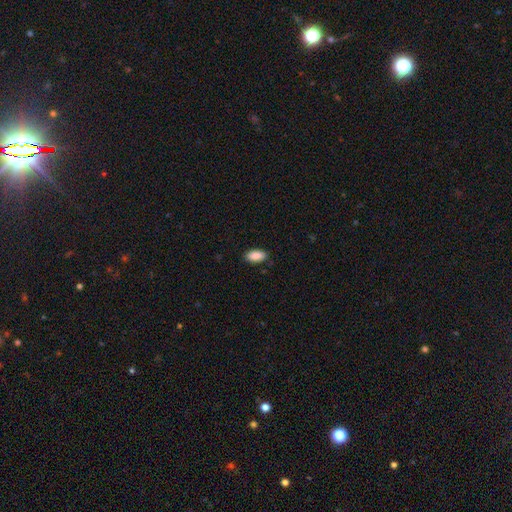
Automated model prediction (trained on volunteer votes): A smooth galaxy with no disk features (90%) that is in between round and cigar-shaped (93%). Merging: none (87%).